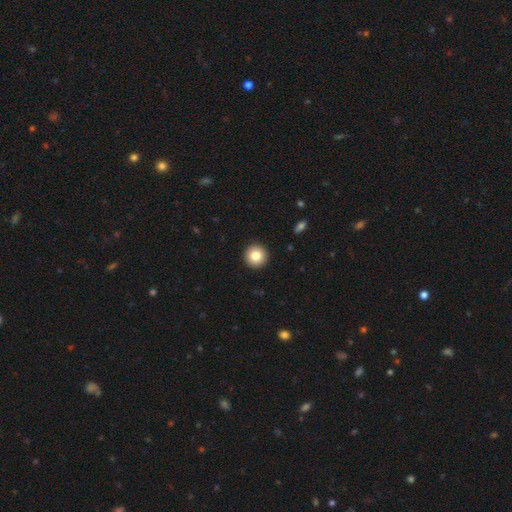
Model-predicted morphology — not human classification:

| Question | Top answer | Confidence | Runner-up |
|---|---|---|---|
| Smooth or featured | smooth | 82% | featured or disk (9%) |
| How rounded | round | 96% | in between (3%) |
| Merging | none | 94% | minor disturbance (4%) |